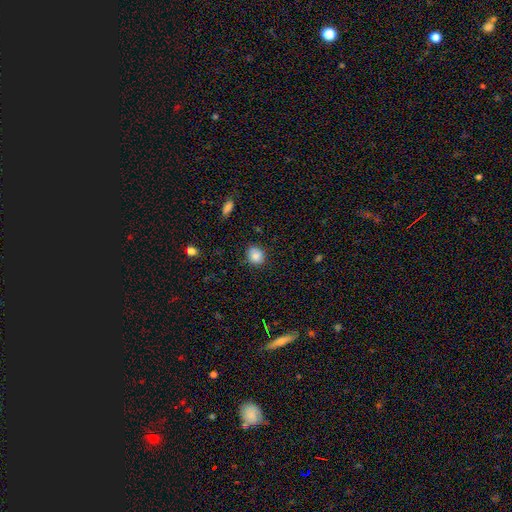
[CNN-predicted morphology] This is clearly a smooth galaxy (84%). How rounded: likely round (78%). Merging: clearly none (84%).